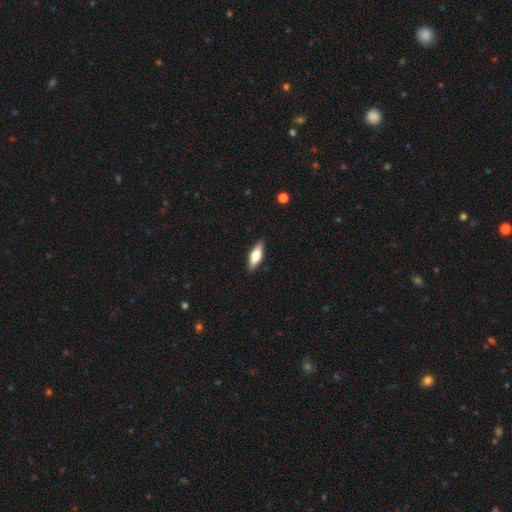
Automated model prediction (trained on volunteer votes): Smooth or featured? smooth (53%)
How rounded? in between (54%)
Merging? none (88%)